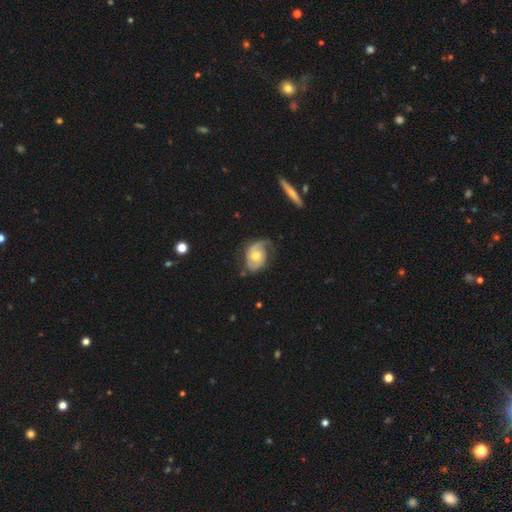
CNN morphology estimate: Overall: featured or disk (72%). Edge-on disk: no (96%). Bar: no (70%). Spiral arms: yes (89%). Spiral arm count: 2 (58%; 1 28%). Spiral winding: medium (39%; tight 33%). Bulge size: moderate (69%). Merging: none (53%; minor disturbance 28%).